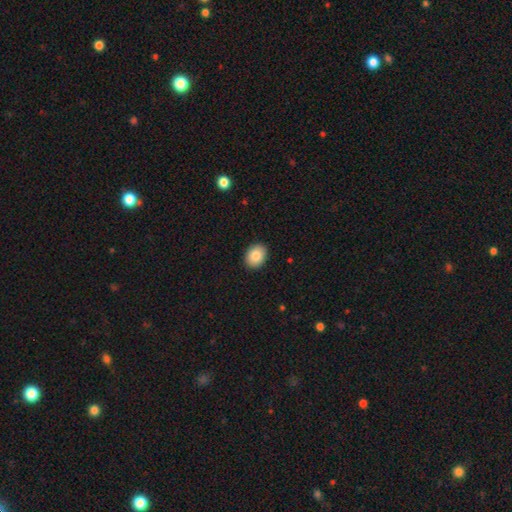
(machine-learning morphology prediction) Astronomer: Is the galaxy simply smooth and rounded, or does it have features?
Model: smooth — 85%.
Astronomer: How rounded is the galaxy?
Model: in between — 59% (runner-up: round, 40%).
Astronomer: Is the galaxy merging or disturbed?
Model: none — 91%.